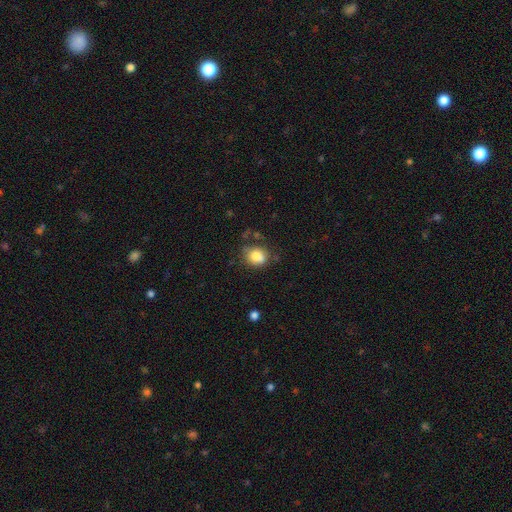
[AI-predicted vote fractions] The model was most divided on "how rounded": round: 60%, in between: 39%, cigar-shaped: 1%. More confident: smooth or featured — smooth (79%); merging — none (57%).